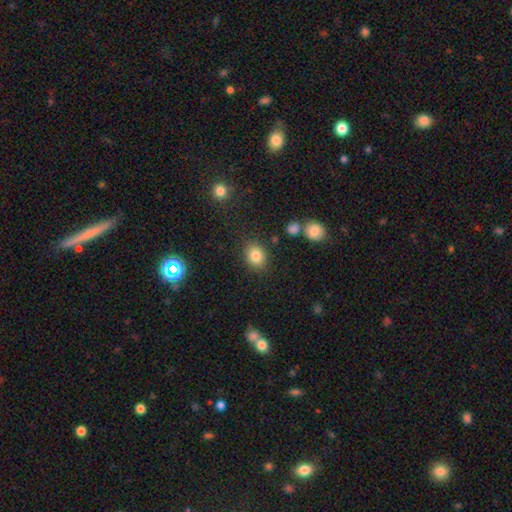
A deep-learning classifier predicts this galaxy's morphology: smooth 83%, star or artifact 11%, featured or disk 6%. Down the decision tree: how rounded — round (52%); merging — none (83%).